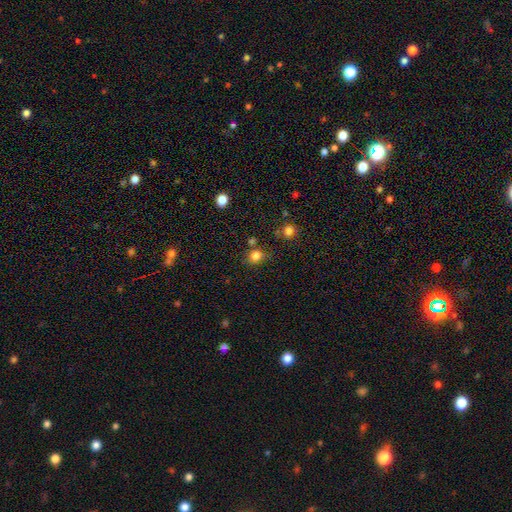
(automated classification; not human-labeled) Overall: smooth (82%). How rounded: round (71%). Merging: none (72%).